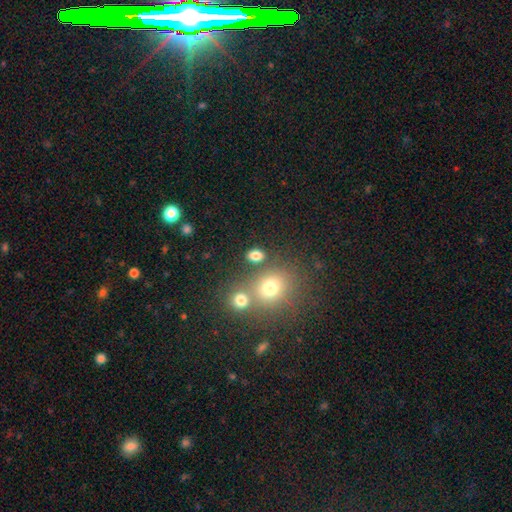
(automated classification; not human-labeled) A smooth galaxy with no disk features (78%) that is in between round and cigar-shaped (64%).

Vote fractions:
- Smooth or featured? smooth: 78% / star or artifact: 14% / featured or disk: 7%
- How rounded? in between: 64% / round: 34% / cigar-shaped: 2%
- Merging? none: 72% / merger: 14% / minor disturbance: 10% / major disturbance: 4%